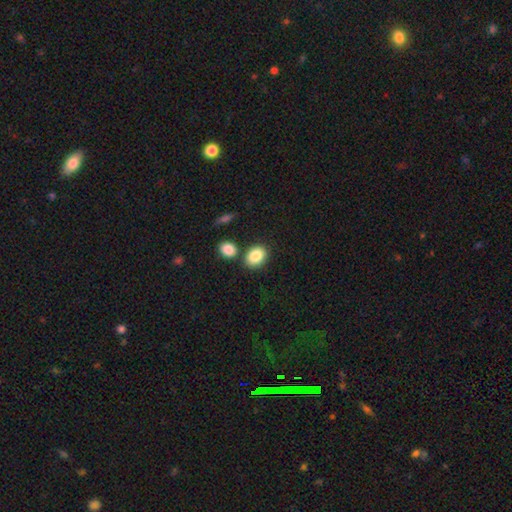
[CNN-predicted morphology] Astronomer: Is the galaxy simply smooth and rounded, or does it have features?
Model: smooth — 87%.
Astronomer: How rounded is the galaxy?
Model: in between — 71%.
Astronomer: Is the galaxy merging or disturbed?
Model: none — 71%.